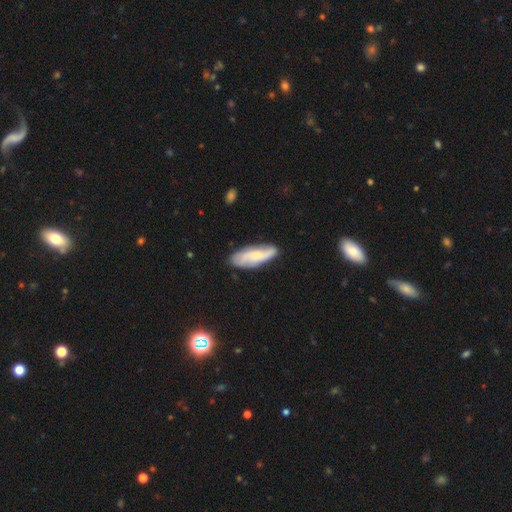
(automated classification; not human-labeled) This appears to be a featured or disk galaxy (53%). Merging: none (78%).